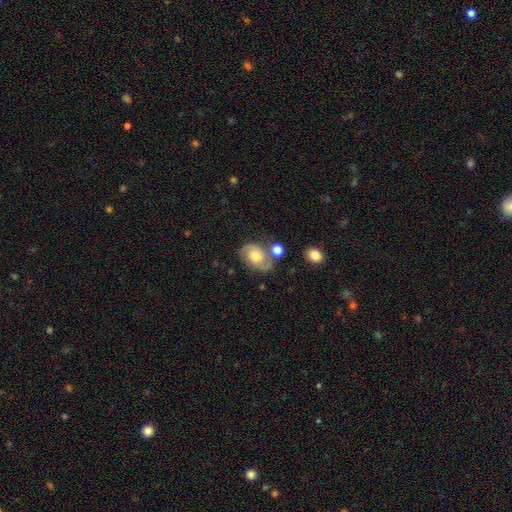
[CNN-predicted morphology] Smooth or featured? featured or disk (60%)
Edge-on disk? no (97%)
Bar? no (73%)
Spiral arms? yes (86%)
Spiral winding? medium (47%)
Spiral arm count? 2 (83%)
Bulge size? moderate (55%)
Merging? none (58%)